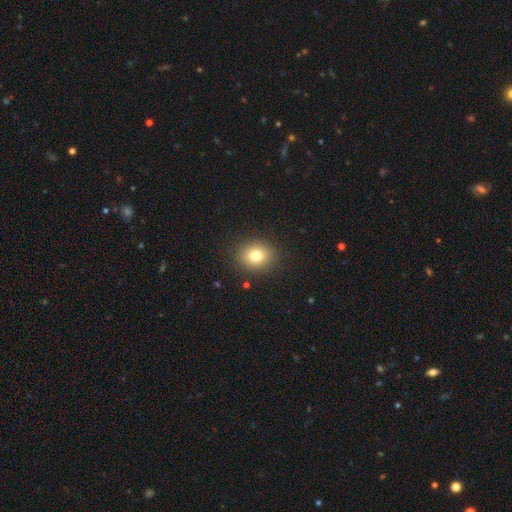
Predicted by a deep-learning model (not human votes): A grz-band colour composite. It shows a smooth galaxy with no disk features (78%) that is round (66%). Merging: none (88%).